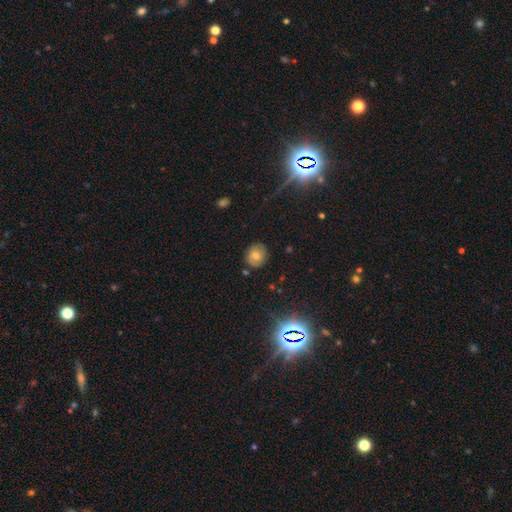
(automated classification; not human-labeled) smooth-or-featured: smooth: 66% | featured or disk: 20% | star or artifact: 14%
  how-rounded: round: 70% | in between: 29% | cigar-shaped: 1%
  merging: none: 82% | minor disturbance: 13% | major disturbance: 3% | merger: 2%